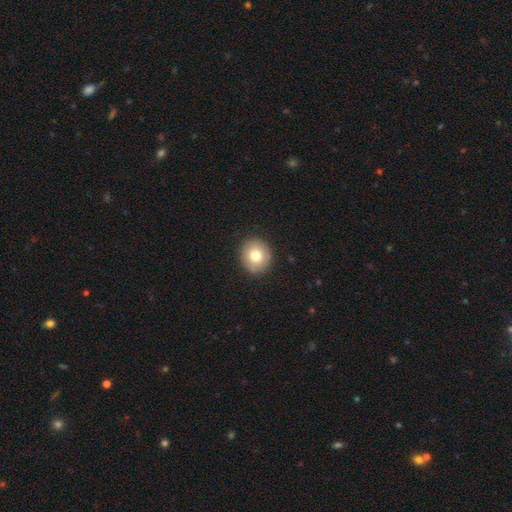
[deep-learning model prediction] A smooth galaxy with no disk features (77%) that is round (84%).

Vote fractions:
- Smooth or featured? smooth: 77% / featured or disk: 14% / star or artifact: 9%
- How rounded? round: 84% / in between: 15% / cigar-shaped: 1%
- Merging? none: 89% / minor disturbance: 8% / major disturbance: 2% / merger: 1%